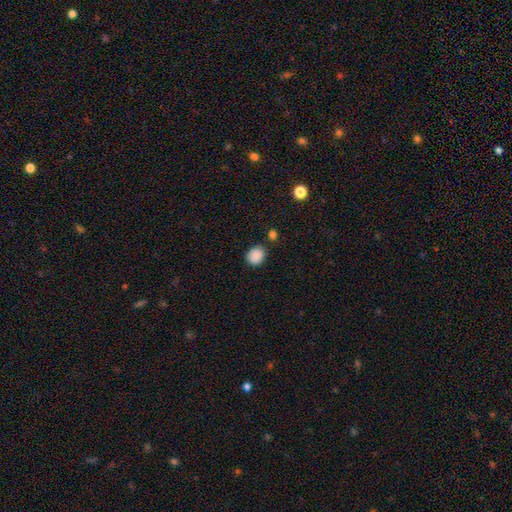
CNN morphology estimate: A smooth galaxy with no disk features (88%) that is round (66%).

Vote fractions:
- Smooth or featured? smooth: 88% / star or artifact: 9% / featured or disk: 3%
- How rounded? round: 66% / in between: 33% / cigar-shaped: 1%
- Merging? none: 80% / minor disturbance: 12% / merger: 5% / major disturbance: 3%